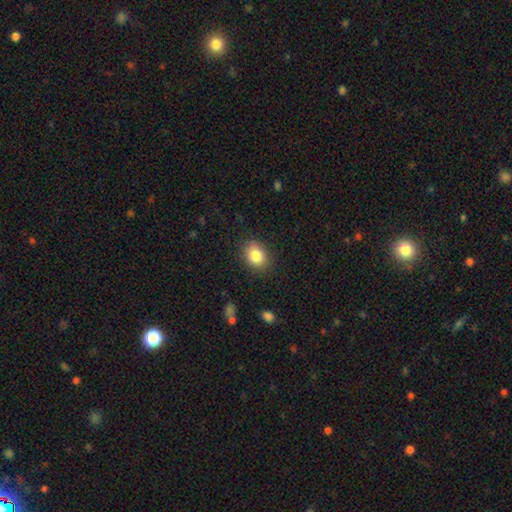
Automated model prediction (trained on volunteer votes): smooth 84%, star or artifact 9%, featured or disk 7%. Down the decision tree: how rounded — in between (60%); merging — none (85%).